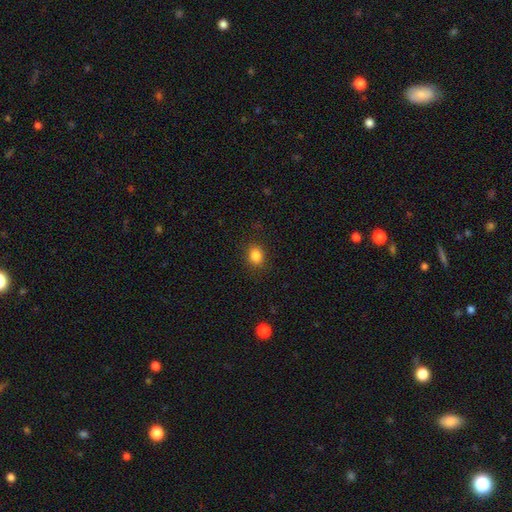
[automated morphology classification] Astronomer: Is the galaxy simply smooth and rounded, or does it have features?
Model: smooth — 84%.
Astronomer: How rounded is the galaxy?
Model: round — 57% (runner-up: in between, 42%).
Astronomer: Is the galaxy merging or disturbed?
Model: none — 87%.